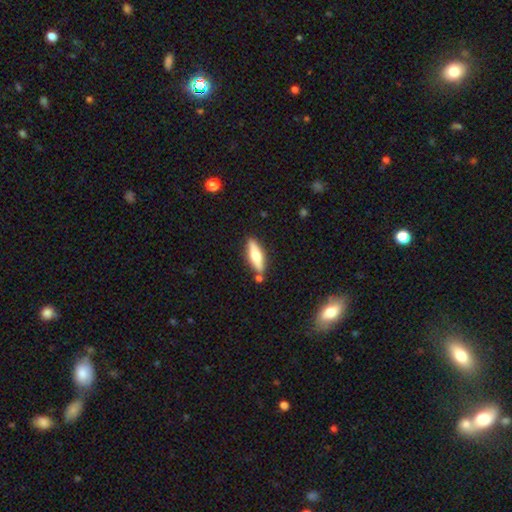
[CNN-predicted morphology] A smooth galaxy with no disk features (52%) that is cigar-shaped (62%). Merging: none (82%).